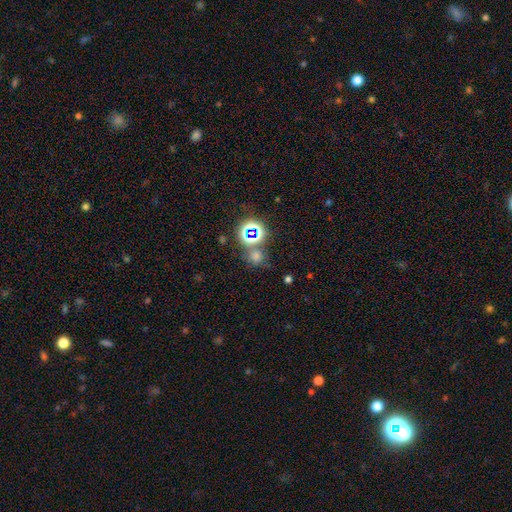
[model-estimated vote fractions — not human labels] Q: Smooth or featured?
A: star or artifact (46%); tied with: smooth (46%)